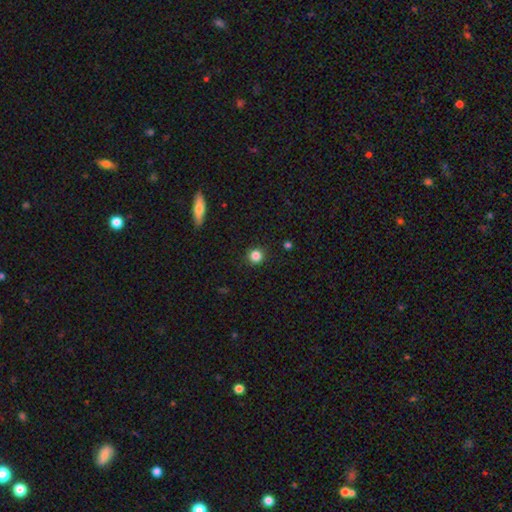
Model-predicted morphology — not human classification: Smooth or featured?
  - smooth: 85% *
  - star or artifact: 11%
  - featured or disk: 4%
How rounded?
  - round: 94% *
  - in between: 5%
  - cigar-shaped: 1%
Merging?
  - none: 91% *
  - minor disturbance: 6%
  - major disturbance: 2%
  - merger: 1%